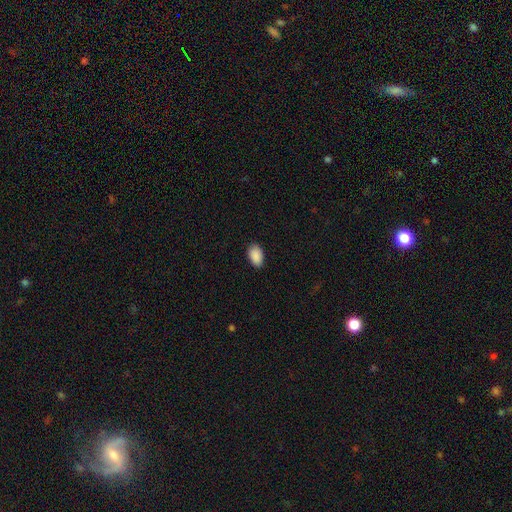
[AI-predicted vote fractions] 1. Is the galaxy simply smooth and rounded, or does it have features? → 91% smooth, 7% star or artifact, 3% featured or disk.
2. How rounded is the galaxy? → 92% in between, 6% round, 1% cigar-shaped.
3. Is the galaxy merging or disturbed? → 87% none, 10% minor disturbance, 2% major disturbance, 1% merger.